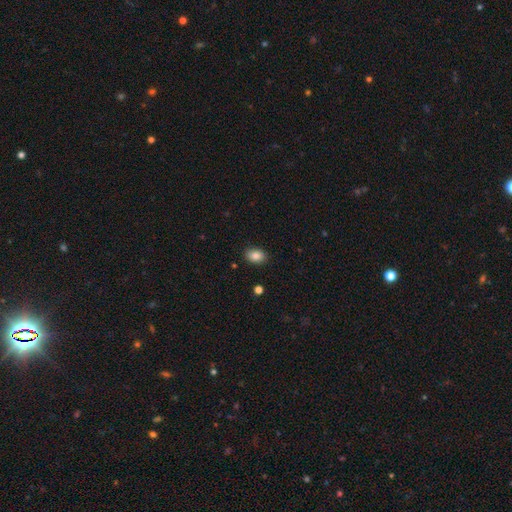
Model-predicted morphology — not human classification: smooth-or-featured: smooth: 85% | star or artifact: 9% | featured or disk: 6%
  how-rounded: in between: 78% | round: 21% | cigar-shaped: 1%
  merging: none: 89% | minor disturbance: 8% | major disturbance: 2% | merger: 1%